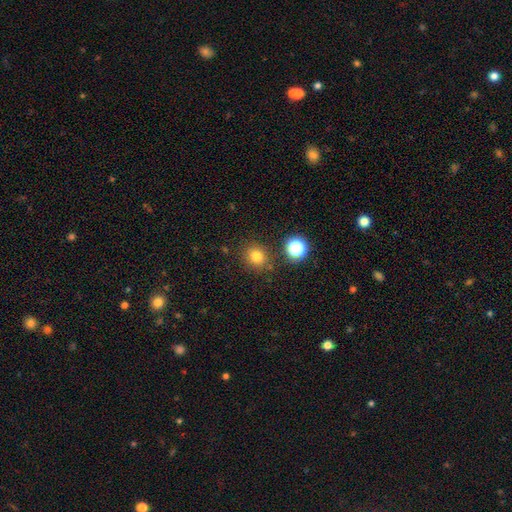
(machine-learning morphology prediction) smooth 77%, star or artifact 16%, featured or disk 7%. Down the decision tree: how rounded — round (84%); merging — none (83%).